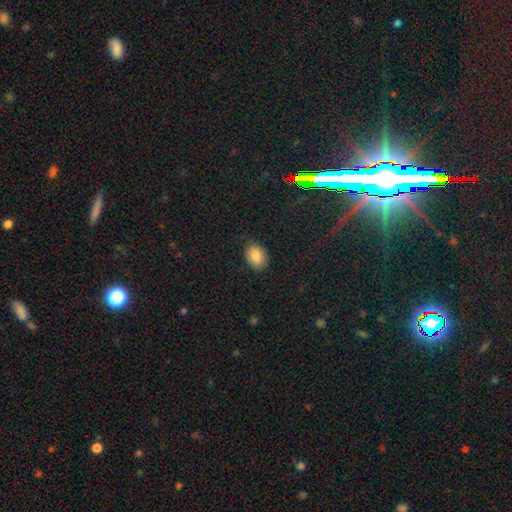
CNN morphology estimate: smooth-or-featured: smooth: 84% | star or artifact: 8% | featured or disk: 8%
  how-rounded: in between: 78% | round: 21% | cigar-shaped: 1%
  merging: none: 83% | minor disturbance: 13% | major disturbance: 3% | merger: 1%